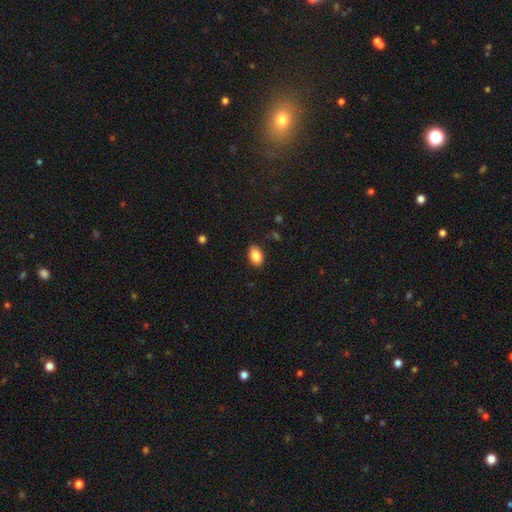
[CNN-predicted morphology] This is clearly a smooth galaxy (87%). How rounded: clearly in between (85%). Merging: clearly none (88%).